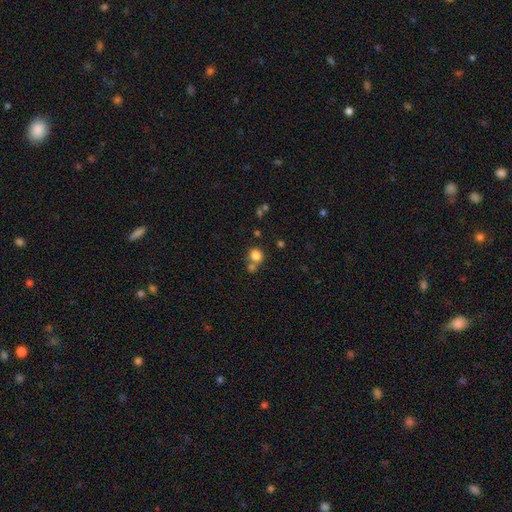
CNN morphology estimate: Smooth or featured: smooth — 81% (star or artifact — 12%)
How rounded: round — 80% (in between — 19%)
Merging: none — 54% (merger — 34%)